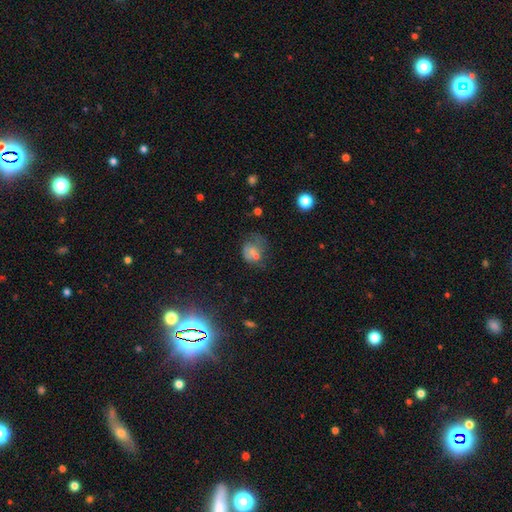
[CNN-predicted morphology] The model was most divided on "merging": none: 36%, major disturbance: 27%, minor disturbance: 22%, merger: 15%. Remaining: smooth or featured — smooth (48%).